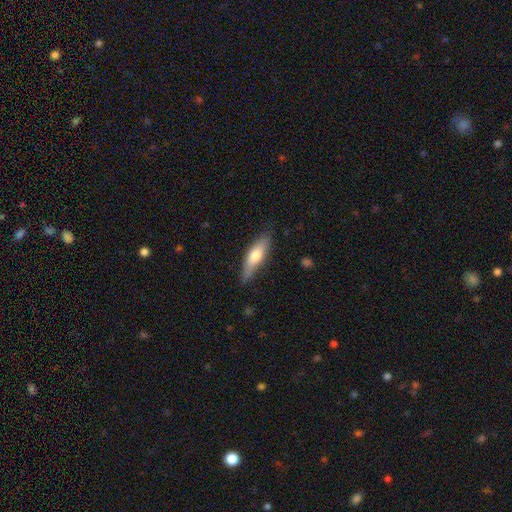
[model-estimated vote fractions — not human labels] This appears to be a smooth galaxy with no disk features (61%) that is cigar-shaped (60%). Merging: none (80%).